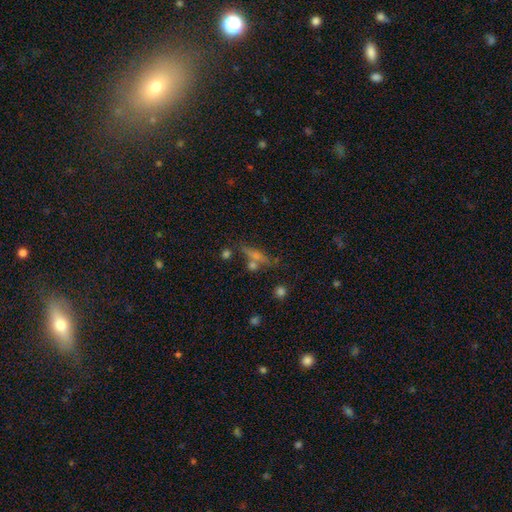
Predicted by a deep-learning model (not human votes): Smooth or featured?
  - featured or disk: 39% *
  - smooth: 38%
  - star or artifact: 23%
Merging?
  - none: 68% *
  - merger: 13%
  - minor disturbance: 13%
  - major disturbance: 7%